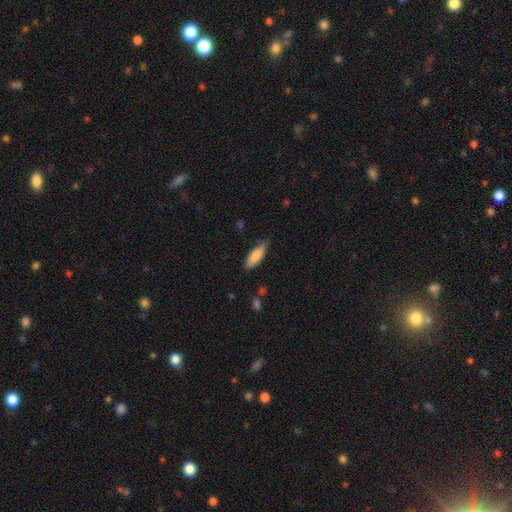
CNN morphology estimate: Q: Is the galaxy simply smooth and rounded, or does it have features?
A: smooth — 82%.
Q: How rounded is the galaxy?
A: in between — 59%.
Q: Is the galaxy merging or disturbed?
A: none — 77%.